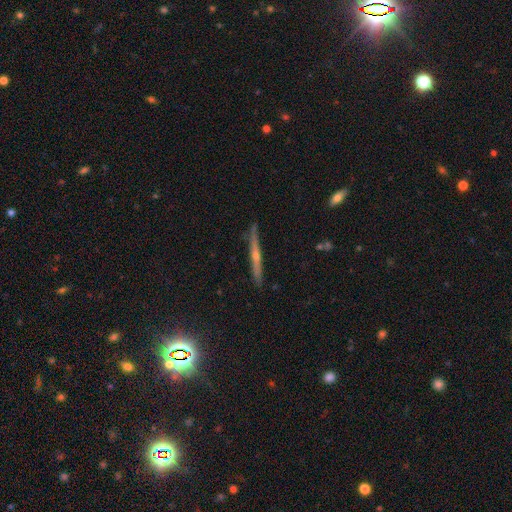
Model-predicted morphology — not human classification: A featured or disk galaxy (71%) viewed edge-on (97%) with a rounded central bulge (72%).

Vote fractions:
- Smooth or featured? featured or disk: 71% / smooth: 20% / star or artifact: 8%
- Edge-on disk? yes: 97% / no: 3%
- Edge-on bulge? rounded: 72% / none: 24% / boxy: 4%
- Merging? none: 89% / minor disturbance: 9% / major disturbance: 1% / merger: 1%